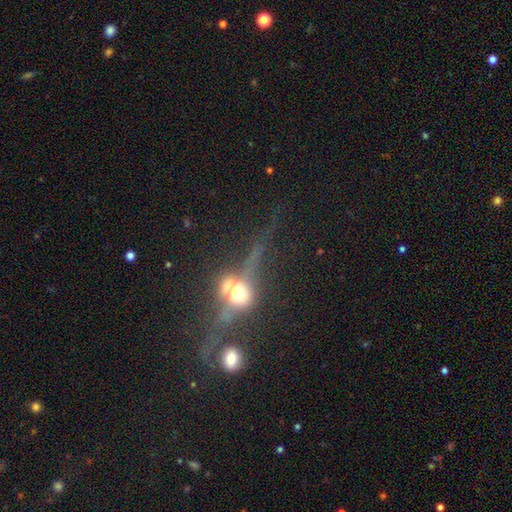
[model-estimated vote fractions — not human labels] Overall: featured or disk (57%; star or artifact 22%). Edge-on disk: yes (72%). Merging: none (45%; major disturbance 21%).